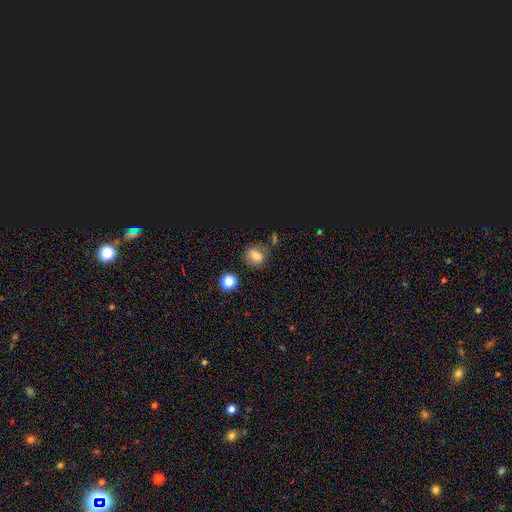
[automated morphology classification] This appears to be a smooth galaxy with no disk features (66%) that is round (62%). Merging: none (71%).